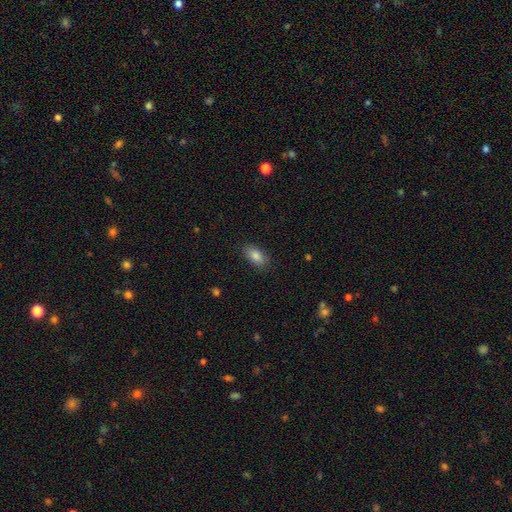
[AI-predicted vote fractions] Morphology: type=smooth (85%); roundness=in between (90%); merging=none (87%).